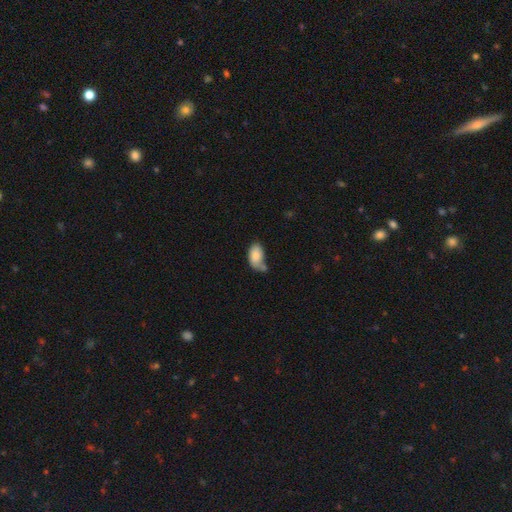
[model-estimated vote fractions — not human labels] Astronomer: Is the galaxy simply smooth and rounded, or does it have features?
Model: smooth — 82%.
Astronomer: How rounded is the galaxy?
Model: in between — 93%.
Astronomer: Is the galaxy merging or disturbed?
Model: none — 43% (runner-up: minor disturbance, 27%).